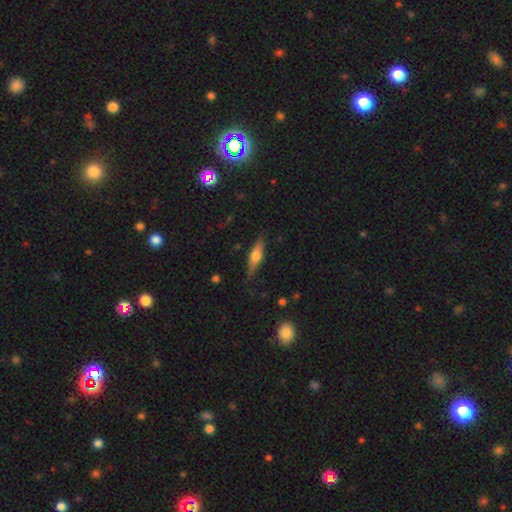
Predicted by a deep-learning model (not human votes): featured or disk 54%, smooth 40%, star or artifact 7%. Down the decision tree: edge-on disk — yes (93%); edge-on bulge — rounded (91%); merging — none (82%).